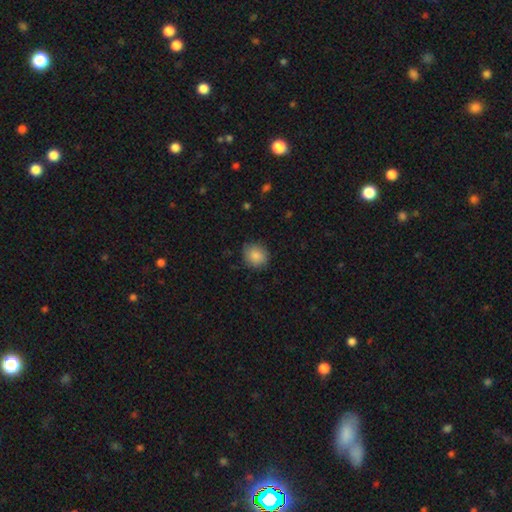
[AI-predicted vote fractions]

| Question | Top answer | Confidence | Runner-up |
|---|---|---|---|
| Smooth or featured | smooth | 87% | star or artifact (8%) |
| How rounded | round | 80% | in between (19%) |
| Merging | none | 83% | minor disturbance (13%) |